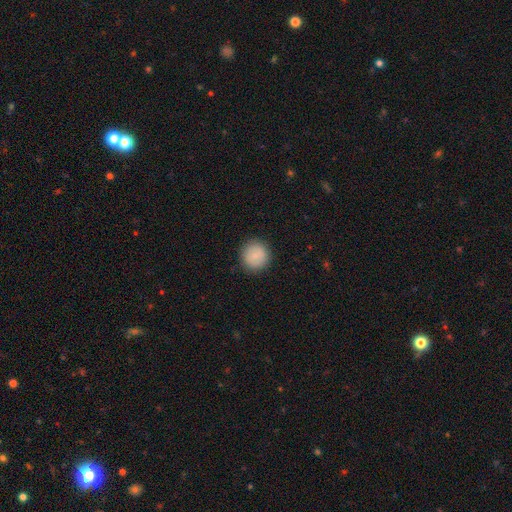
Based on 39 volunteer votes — This appears to be a smooth galaxy with no disk features (85%) that is round (97%). Merging: none (92%).